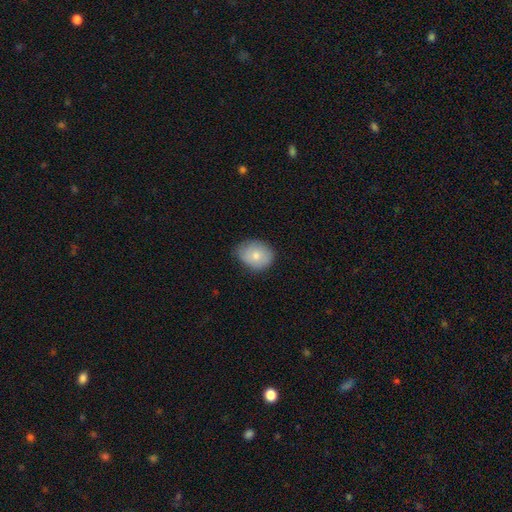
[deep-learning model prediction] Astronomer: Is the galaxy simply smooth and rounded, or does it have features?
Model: smooth — 78%.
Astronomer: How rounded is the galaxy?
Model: round — 50% (runner-up: in between, 49%).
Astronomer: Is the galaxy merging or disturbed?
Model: none — 67%.